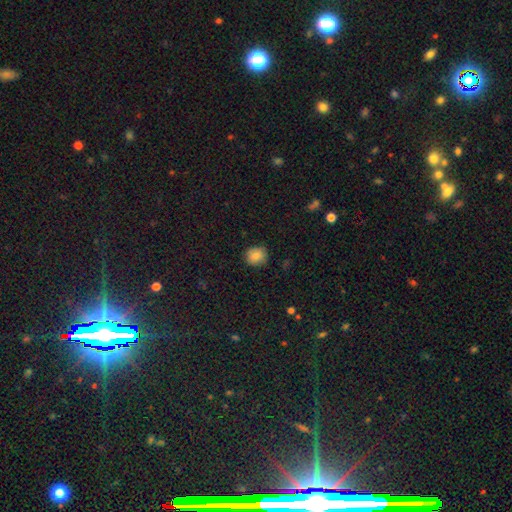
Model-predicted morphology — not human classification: type=smooth (84%); roundness=round (84%); merging=none (87%).